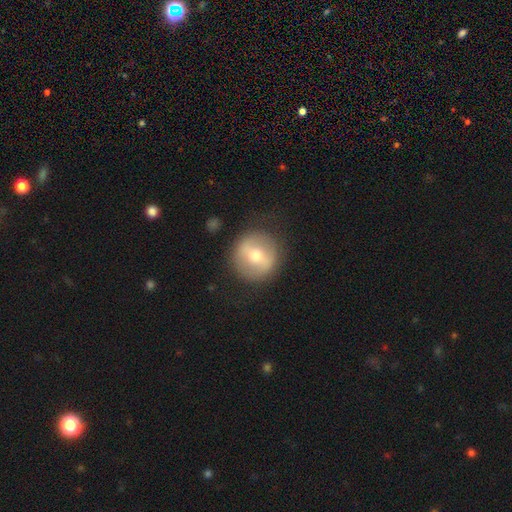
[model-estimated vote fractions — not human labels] Smooth or featured: featured or disk — 47% (smooth — 46%)
Merging: none — 84% (minor disturbance — 10%)